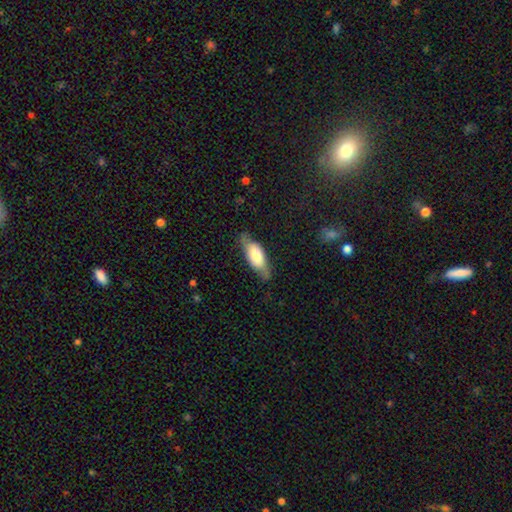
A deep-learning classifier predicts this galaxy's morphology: smooth_or_featured: smooth (p=0.56) [alt: featured or disk p=0.38]
how_rounded: in between (p=0.74) [alt: cigar-shaped p=0.23]
merging: none (p=0.66) [alt: minor disturbance p=0.26]